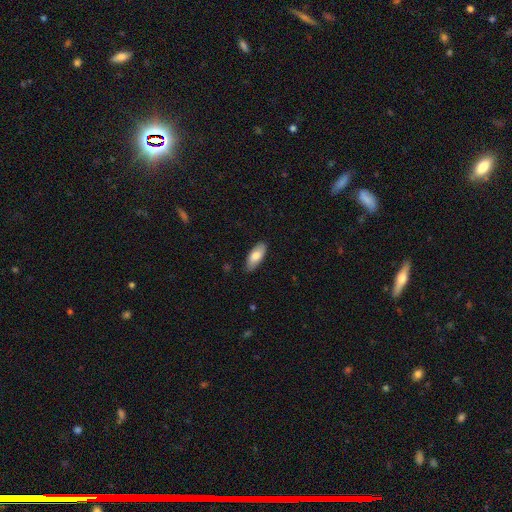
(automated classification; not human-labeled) smooth 80%, featured or disk 15%, star or artifact 6%. Down the decision tree: how rounded — in between (82%); merging — none (85%).